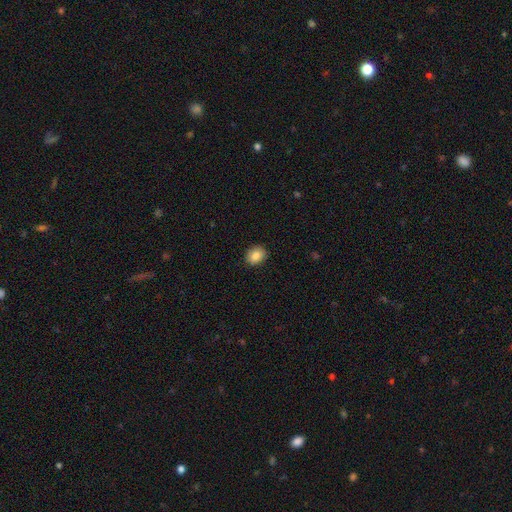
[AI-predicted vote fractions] smooth_or_featured: smooth (p=0.87) [alt: star or artifact p=0.08]
how_rounded: in between (p=0.53) [alt: round p=0.46]
merging: none (p=0.89) [alt: minor disturbance p=0.08]